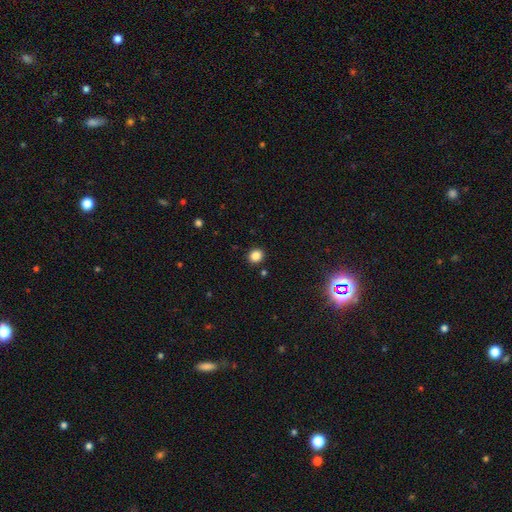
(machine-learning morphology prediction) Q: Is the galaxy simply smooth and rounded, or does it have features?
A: smooth — 84%.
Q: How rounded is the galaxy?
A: round — 78%.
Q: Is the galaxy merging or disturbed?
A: none — 90%.